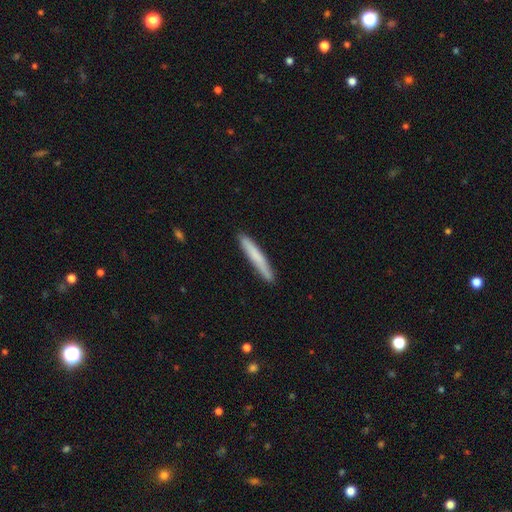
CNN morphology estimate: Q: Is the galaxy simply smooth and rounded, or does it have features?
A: smooth — 72%.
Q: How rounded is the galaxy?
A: cigar-shaped — 96%.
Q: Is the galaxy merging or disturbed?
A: none — 89%.